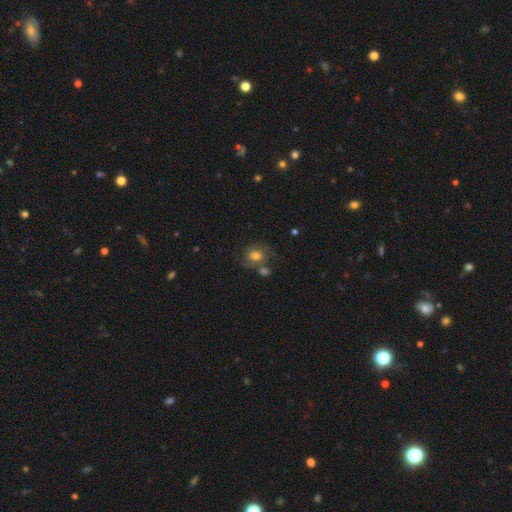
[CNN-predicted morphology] Smooth or featured?
  - featured or disk: 45% * (tied)
  - smooth: 45% * (tied)
  - star or artifact: 10%
Merging?
  - none: 45% *
  - merger: 26%
  - minor disturbance: 17%
  - major disturbance: 12%